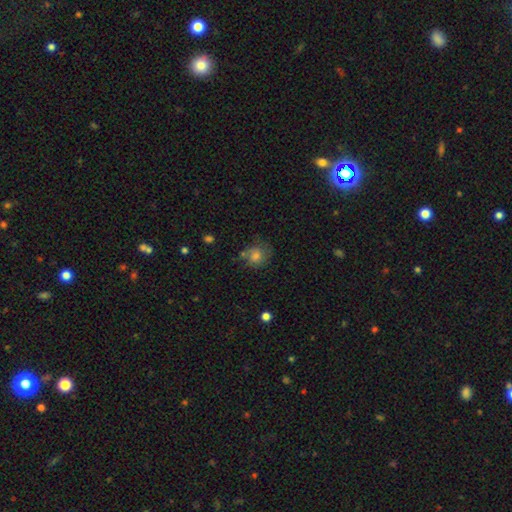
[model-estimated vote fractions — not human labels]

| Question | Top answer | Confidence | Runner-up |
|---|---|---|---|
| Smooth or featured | smooth | 67% | featured or disk (21%) |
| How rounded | round | 72% | in between (27%) |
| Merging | none | 55% | minor disturbance (24%) |